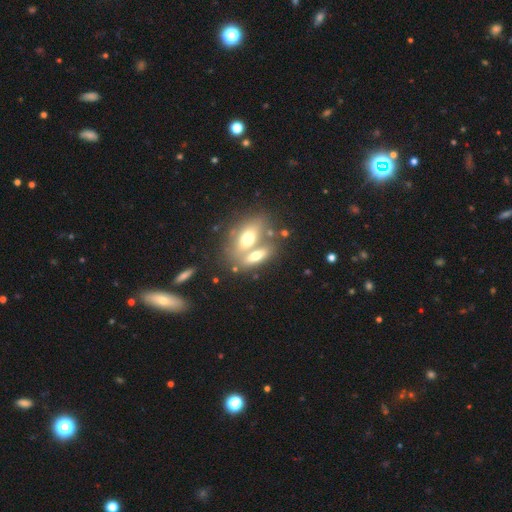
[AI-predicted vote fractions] The model was most divided on "merging": merger: 53%, none: 34%, minor disturbance: 8%, major disturbance: 4%. More confident: how rounded — in between (71%); smooth or featured — smooth (59%).